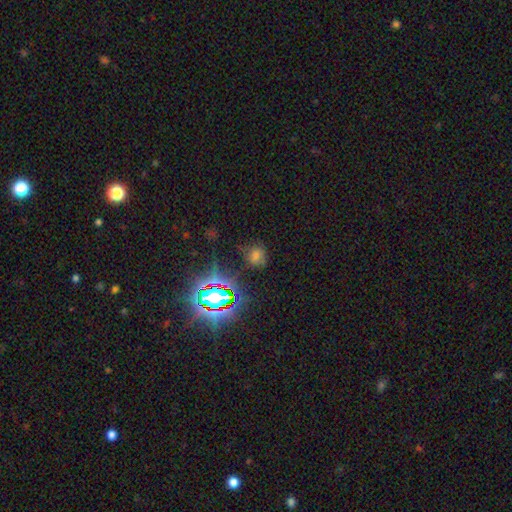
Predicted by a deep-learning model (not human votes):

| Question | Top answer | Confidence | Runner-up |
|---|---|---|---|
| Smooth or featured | smooth | 46% | star or artifact (45%) |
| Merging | none | 75% | minor disturbance (15%) |